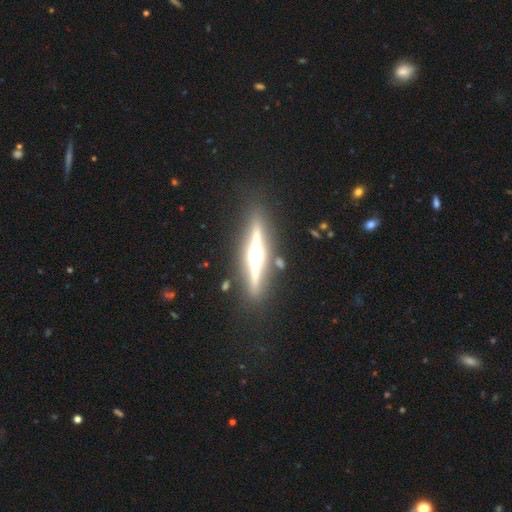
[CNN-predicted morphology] Smooth or featured?
  - featured or disk: 83% *
  - smooth: 10%
  - star or artifact: 7%
Edge-on disk?
  - yes: 97% *
  - no: 3%
Edge-on bulge?
  - rounded: 92% *
  - boxy: 6%
  - none: 2%
Merging?
  - none: 87% *
  - minor disturbance: 8%
  - major disturbance: 3%
  - merger: 2%